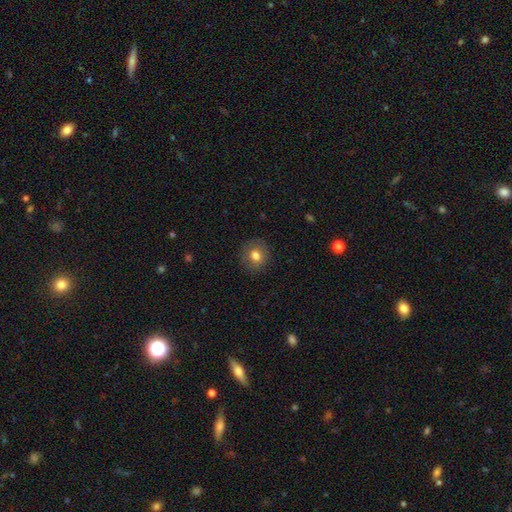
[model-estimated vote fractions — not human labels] This is likely a smooth galaxy (77%). How rounded: clearly round (82%). Merging: clearly none (88%).